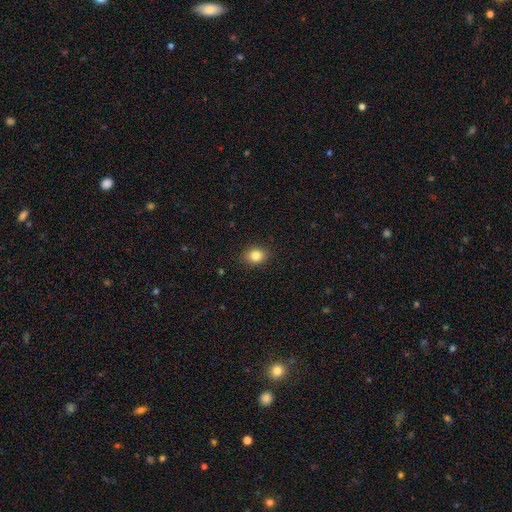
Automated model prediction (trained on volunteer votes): This is clearly a smooth galaxy (83%). How rounded: possibly in between (50%). Merging: clearly none (89%).